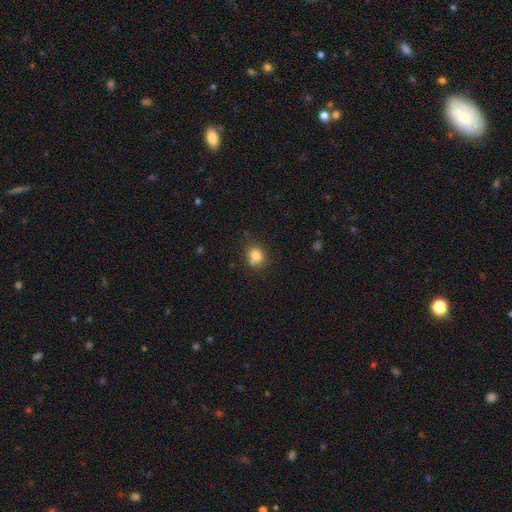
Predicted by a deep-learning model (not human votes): Overall: smooth (81%). How rounded: round (71%). Merging: none (66%).